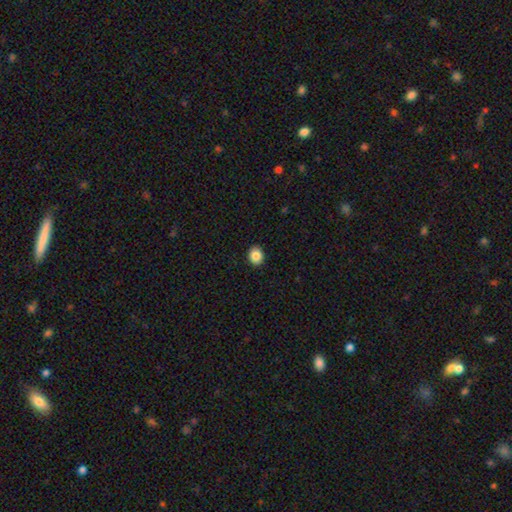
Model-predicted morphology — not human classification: Smooth or featured: smooth — 86% (star or artifact — 9%)
How rounded: round — 65% (in between — 34%)
Merging: none — 92% (minor disturbance — 6%)